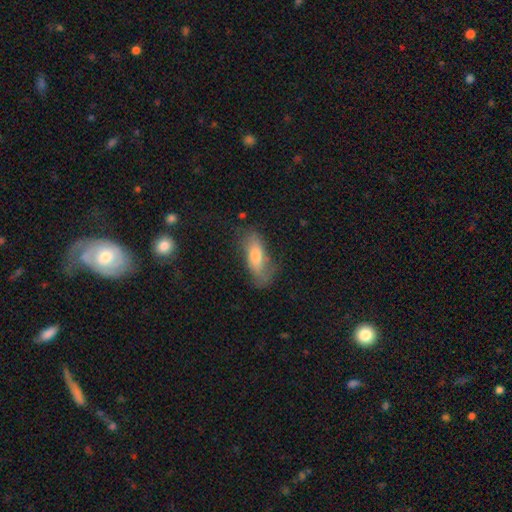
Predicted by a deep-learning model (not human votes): smooth 66%, featured or disk 26%, star or artifact 7%. Down the decision tree: how rounded — in between (63%); merging — none (59%).